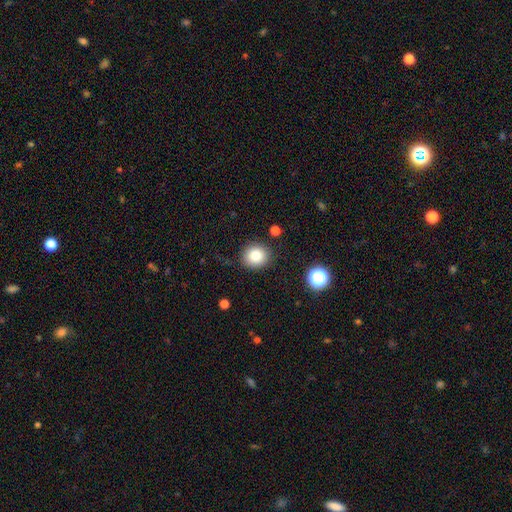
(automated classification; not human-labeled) Smooth or featured? smooth (85%)
How rounded? round (84%)
Merging? none (85%)